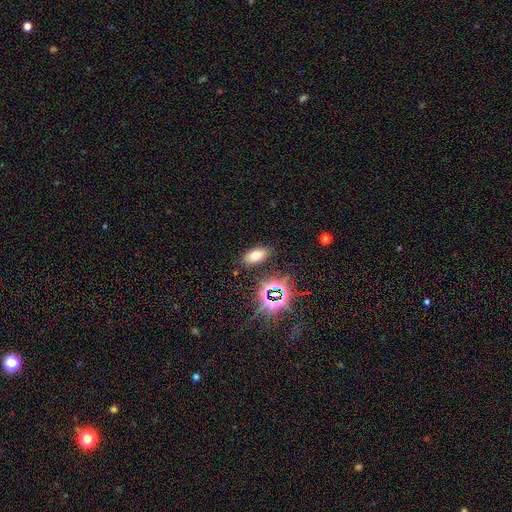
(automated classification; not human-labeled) Smooth or featured?
  - smooth: 63% *
  - star or artifact: 24%
  - featured or disk: 13%
How rounded?
  - in between: 88% *
  - round: 7%
  - cigar-shaped: 5%
Merging?
  - none: 86% *
  - minor disturbance: 9%
  - major disturbance: 3%
  - merger: 2%